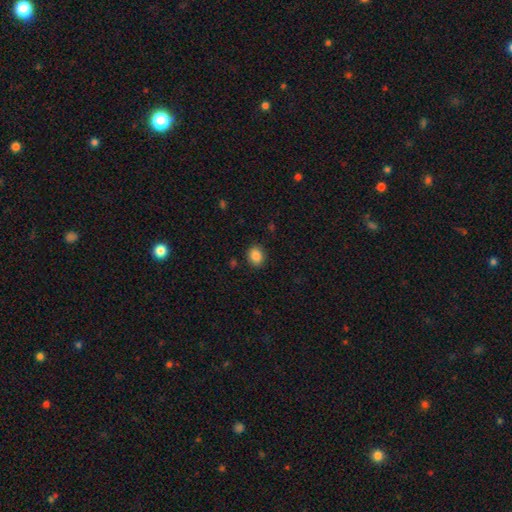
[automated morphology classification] Smooth or featured: smooth — 87% (star or artifact — 9%)
How rounded: round — 53% (in between — 46%)
Merging: none — 89% (minor disturbance — 8%)